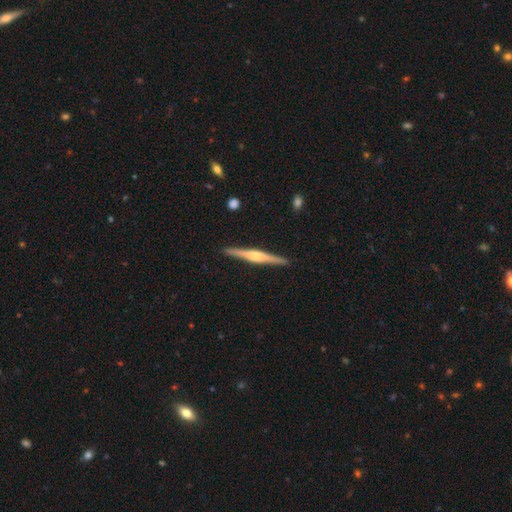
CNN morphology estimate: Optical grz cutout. It shows a featured or disk galaxy (78%) viewed edge-on (98%) with a rounded central bulge (78%). Merging: none (92%).